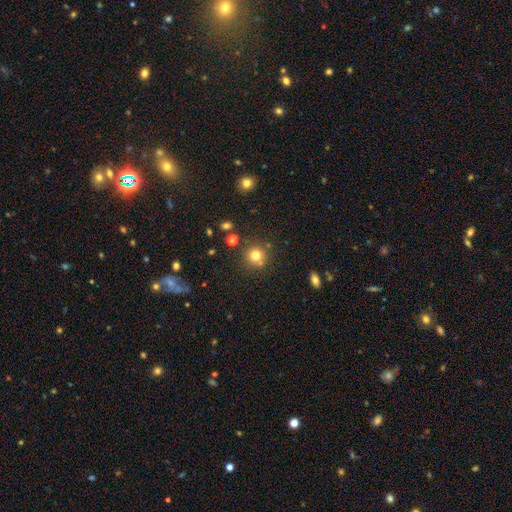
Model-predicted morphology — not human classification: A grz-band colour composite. It shows a smooth galaxy with no disk features (78%) that is round (92%). Merging: none (80%).